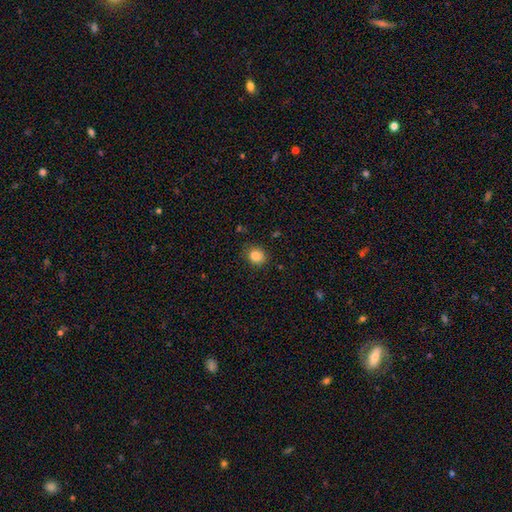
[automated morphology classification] The model was most divided on "how rounded": round: 77%, in between: 22%, cigar-shaped: 1%. More confident: merging — none (85%); smooth or featured — smooth (85%).